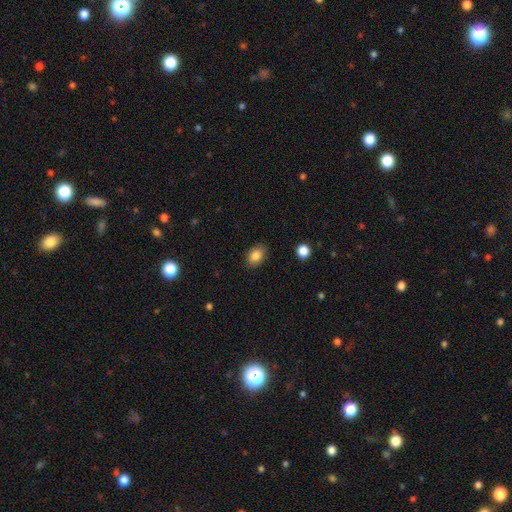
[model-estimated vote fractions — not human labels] The model was most divided on "how rounded": in between: 78%, round: 21%, cigar-shaped: 1%. More confident: merging — none (85%); smooth or featured — smooth (84%).